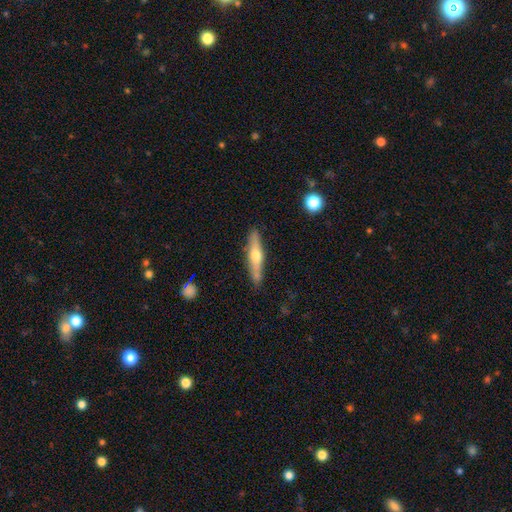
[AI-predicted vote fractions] Q: Smooth or featured?
A: featured or disk (59%); runner-up: smooth (35%)
Q: Edge-on disk?
A: yes (93%); runner-up: no (7%)
Q: Edge-on bulge?
A: rounded (93%); runner-up: none (4%)
Q: Merging?
A: none (86%); runner-up: minor disturbance (10%)